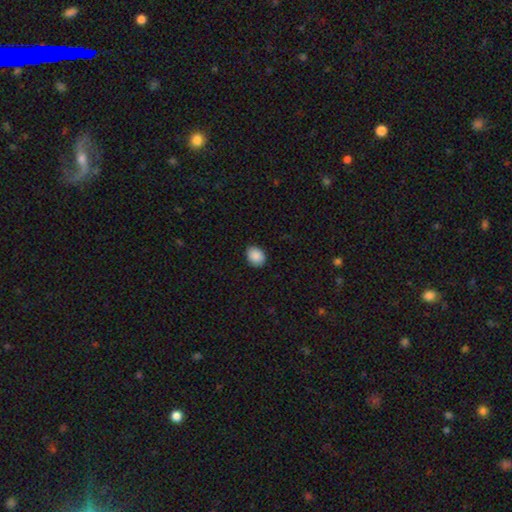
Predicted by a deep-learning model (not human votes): Smooth or featured: smooth — 89% (star or artifact — 8%)
How rounded: in between — 52% (round — 47%)
Merging: none — 87% (minor disturbance — 10%)